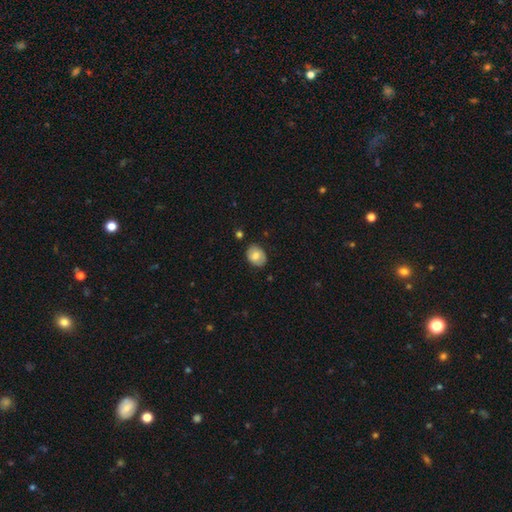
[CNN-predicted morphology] Smooth or featured? Predicted: smooth (p=0.75). How rounded? Predicted: in between (p=0.66). Merging? Predicted: none (p=0.81).